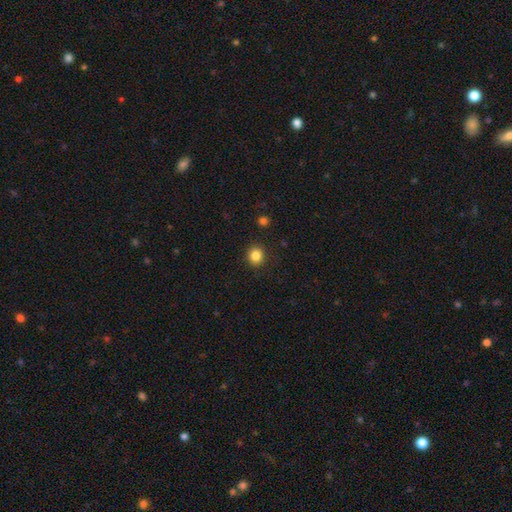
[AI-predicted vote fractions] This appears to be a smooth galaxy with no disk features (85%) that is round (88%). Merging: none (91%).